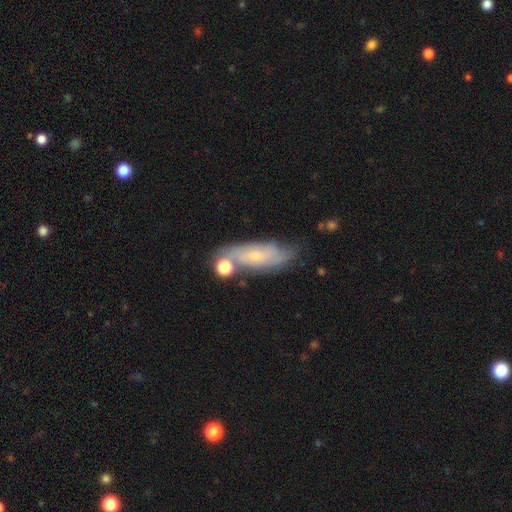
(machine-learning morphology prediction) smooth-or-featured: featured or disk: 52% | smooth: 39% | star or artifact: 9%
  disk-edge-on: no: 80% | yes: 20%
  merging: none: 56% | minor disturbance: 23% | merger: 13% | major disturbance: 8%